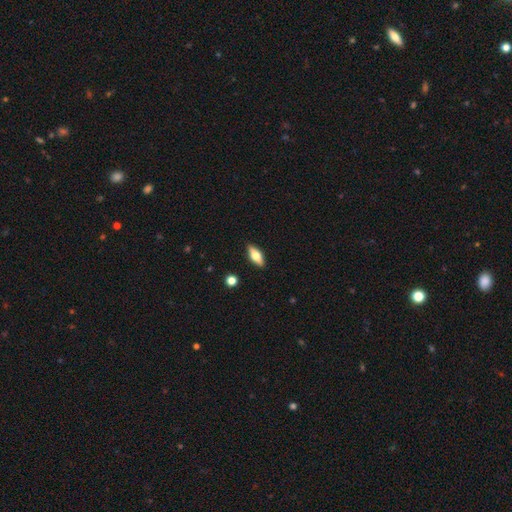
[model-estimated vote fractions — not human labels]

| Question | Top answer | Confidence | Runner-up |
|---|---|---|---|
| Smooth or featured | smooth | 61% | featured or disk (32%) |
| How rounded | in between | 75% | cigar-shaped (22%) |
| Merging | none | 89% | minor disturbance (8%) |